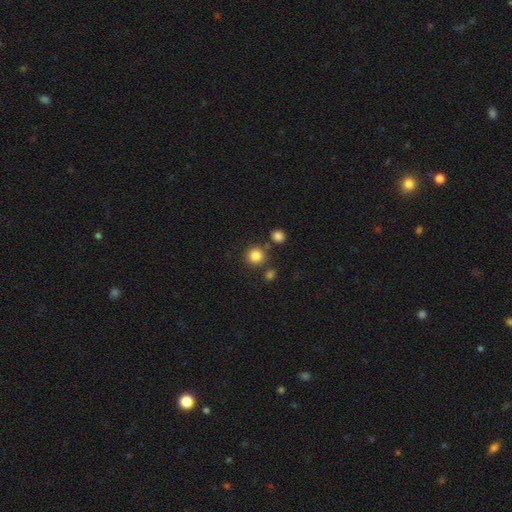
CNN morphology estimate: A smooth galaxy with no disk features (84%) that is round (92%).

Vote fractions:
- Smooth or featured? smooth: 84% / star or artifact: 11% / featured or disk: 5%
- How rounded? round: 92% / in between: 7% / cigar-shaped: 1%
- Merging? none: 80% / merger: 9% / minor disturbance: 8% / major disturbance: 3%